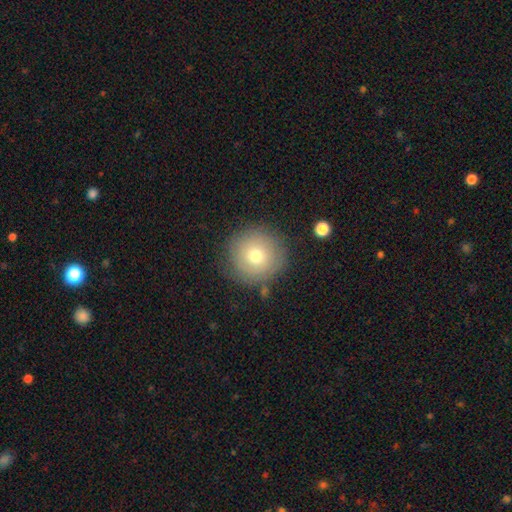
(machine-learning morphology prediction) This appears to be a smooth galaxy with no disk features (71%) that is round (95%). Merging: none (83%).